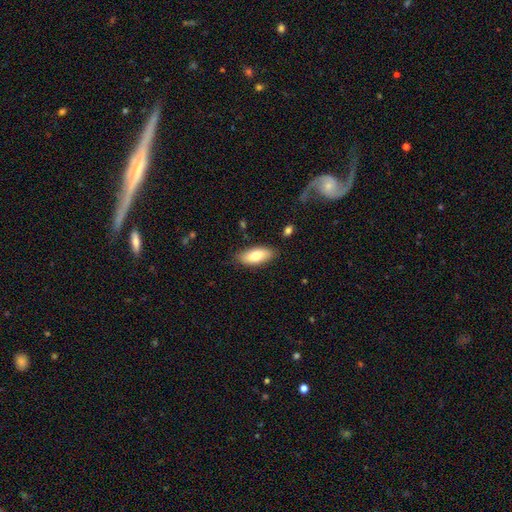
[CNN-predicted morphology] Smooth or featured: smooth — 79% (featured or disk — 15%)
How rounded: in between — 85% (cigar-shaped — 13%)
Merging: none — 82% (minor disturbance — 14%)